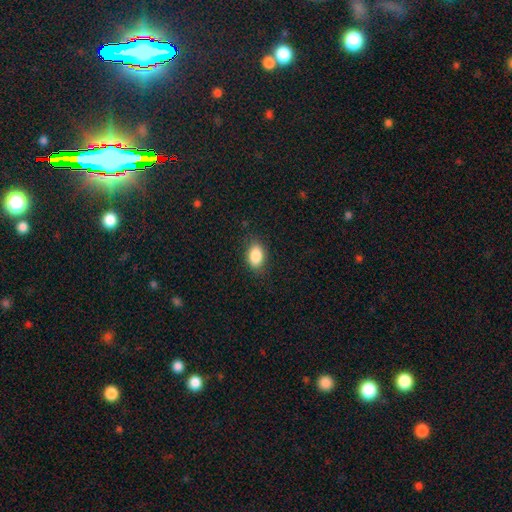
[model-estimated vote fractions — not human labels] The model was most divided on "merging": none: 83%, minor disturbance: 13%, major disturbance: 3%, merger: 1%. More confident: how rounded — in between (88%); smooth or featured — smooth (87%).